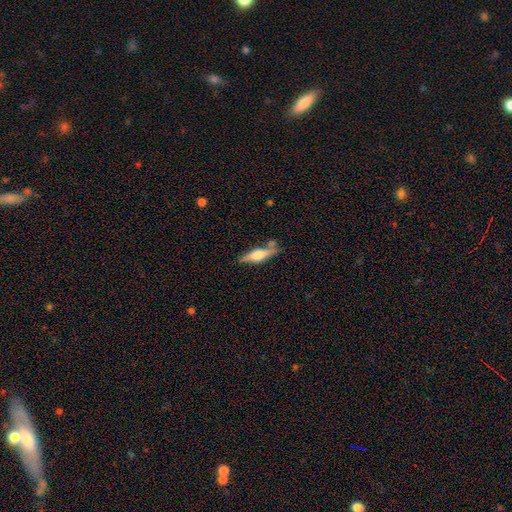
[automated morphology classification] Smooth or featured? Predicted: featured or disk (p=0.55). Edge-on disk? Predicted: yes (p=0.92). Edge-on bulge? Predicted: rounded (p=0.85). Merging? Predicted: none (p=0.71).